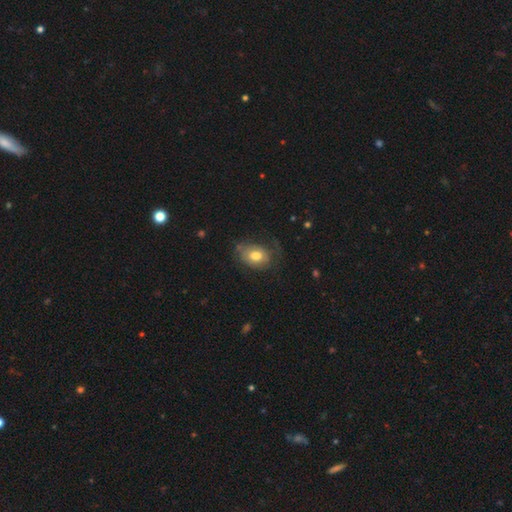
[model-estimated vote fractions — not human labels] Smooth or featured? Predicted: smooth (p=0.68). How rounded? Predicted: in between (p=0.70). Merging? Predicted: none (p=0.52).